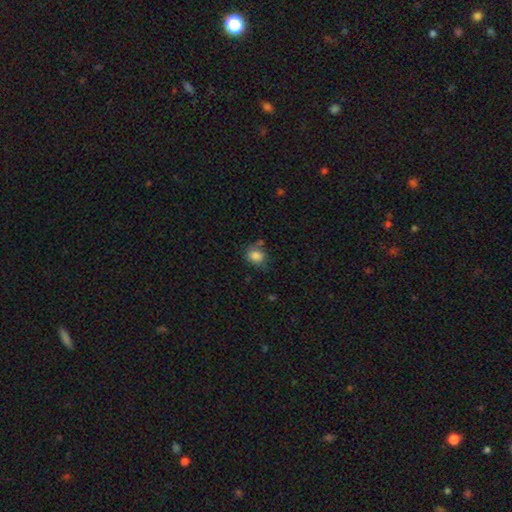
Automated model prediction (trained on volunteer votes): This is clearly a smooth galaxy (84%). How rounded: possibly round (55%). Merging: likely none (60%).